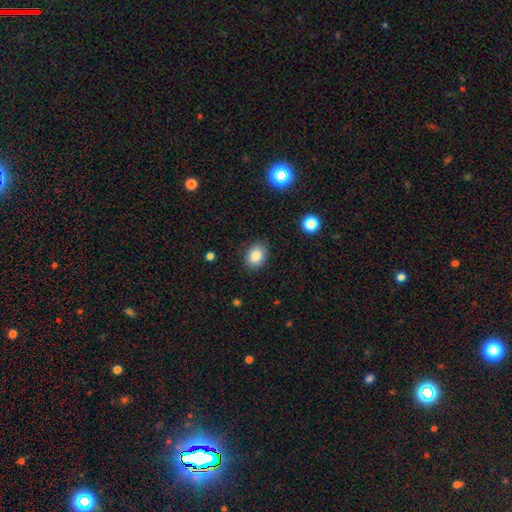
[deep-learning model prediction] The model was most divided on "how rounded": in between: 65%, round: 34%, cigar-shaped: 1%. More confident: merging — none (85%); smooth or featured — smooth (85%).